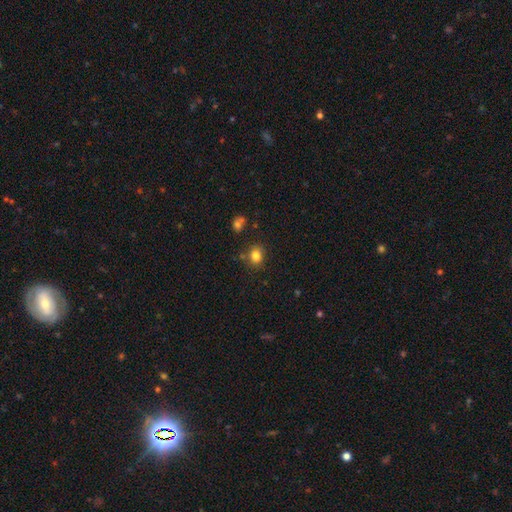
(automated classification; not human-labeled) Smooth or featured: smooth — 82% (star or artifact — 12%)
How rounded: round — 65% (in between — 34%)
Merging: none — 79% (minor disturbance — 12%)